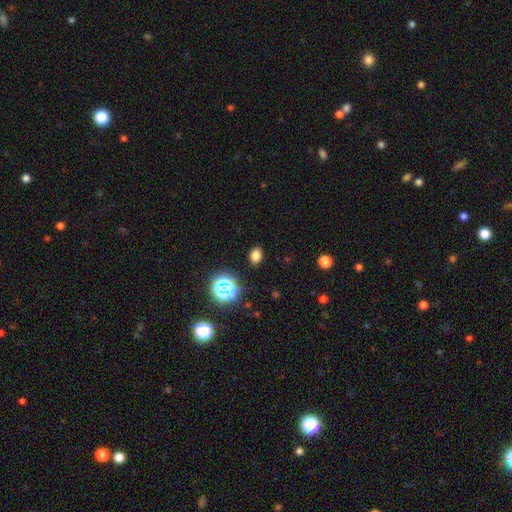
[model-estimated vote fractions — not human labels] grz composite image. It shows a smooth galaxy with no disk features (74%) that is in between round and cigar-shaped (72%). Merging: none (87%).